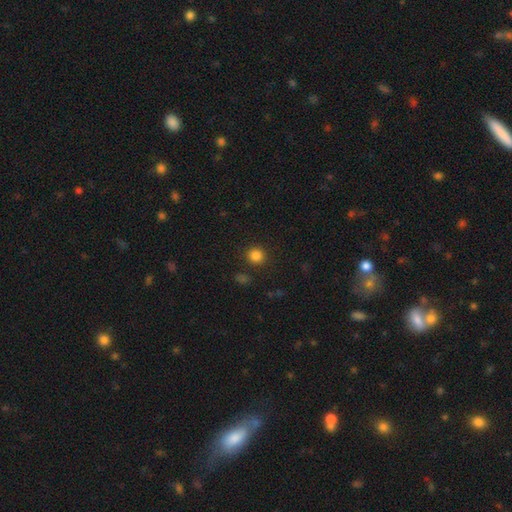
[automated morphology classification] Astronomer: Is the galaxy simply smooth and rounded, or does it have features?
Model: smooth — 84%.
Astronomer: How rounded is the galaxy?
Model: round — 90%.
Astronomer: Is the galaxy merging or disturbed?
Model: none — 88%.